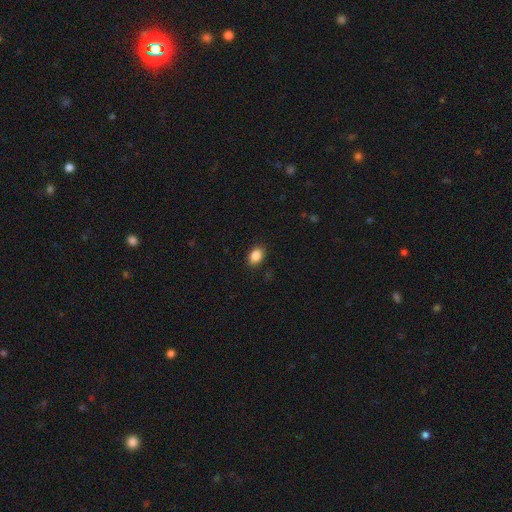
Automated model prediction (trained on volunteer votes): Smooth or featured? Predicted: smooth (p=0.87). How rounded? Predicted: in between (p=0.77). Merging? Predicted: none (p=0.88).